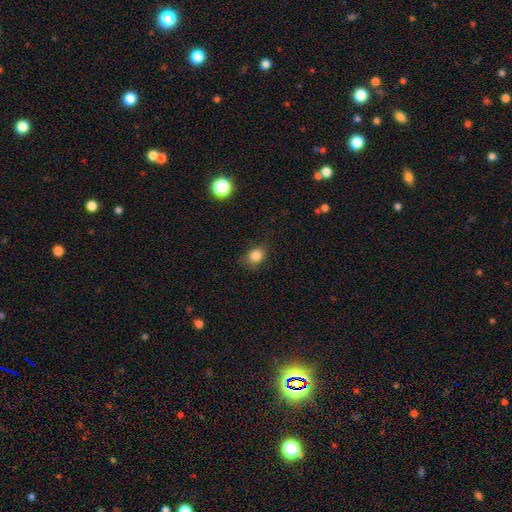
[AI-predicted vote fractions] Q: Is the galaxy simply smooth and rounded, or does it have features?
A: smooth — 84%.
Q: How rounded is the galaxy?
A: round — 50%.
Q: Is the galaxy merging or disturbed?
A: none — 71%.